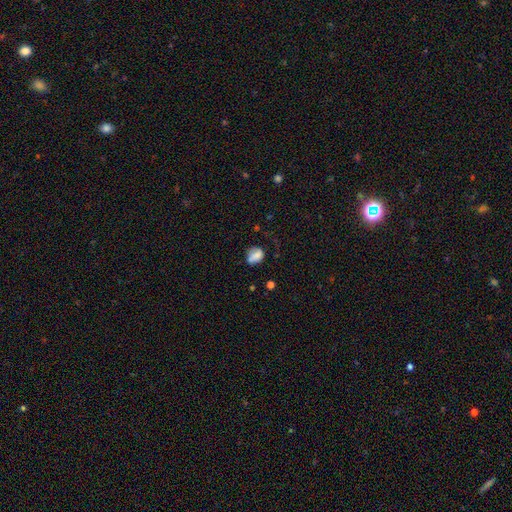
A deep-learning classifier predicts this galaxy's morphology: This appears to be a smooth galaxy with no disk features (76%) that is in between round and cigar-shaped (56%). Merging: none (48%).